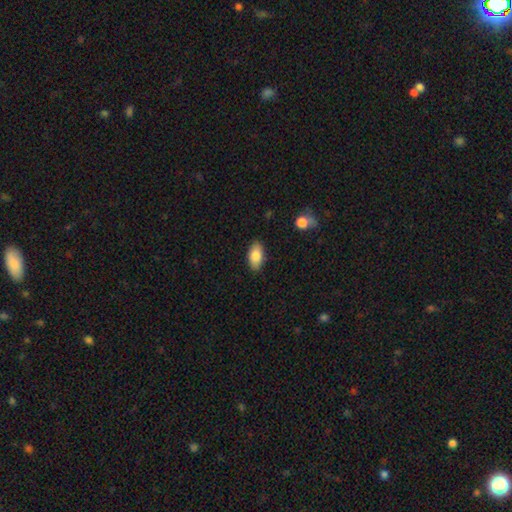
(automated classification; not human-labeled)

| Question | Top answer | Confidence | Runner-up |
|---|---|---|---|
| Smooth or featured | smooth | 83% | featured or disk (10%) |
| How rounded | in between | 93% | round (4%) |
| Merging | none | 87% | minor disturbance (10%) |